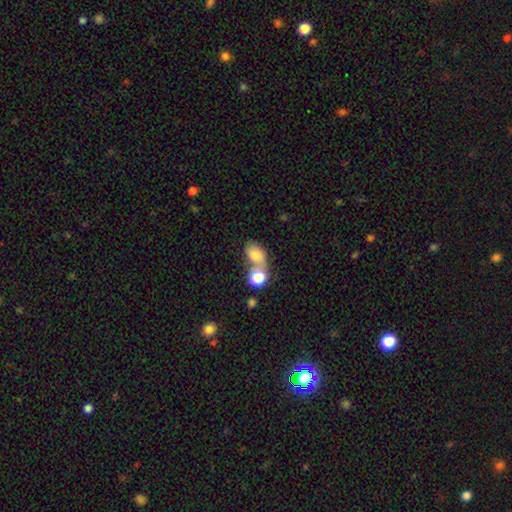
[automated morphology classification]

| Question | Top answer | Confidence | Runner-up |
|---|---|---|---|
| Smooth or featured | smooth | 78% | featured or disk (12%) |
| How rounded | in between | 71% | round (27%) |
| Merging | merger | 52% | none (29%) |